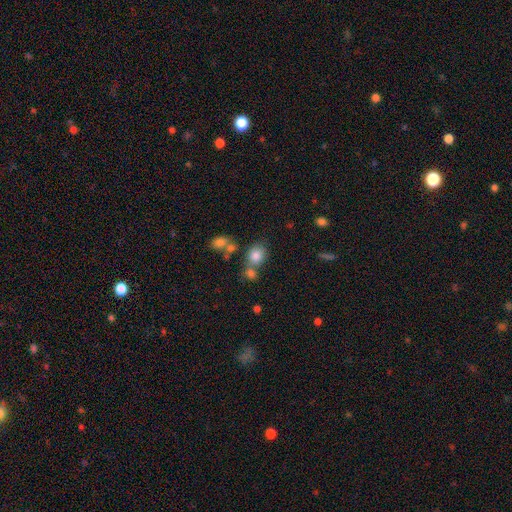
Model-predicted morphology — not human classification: Smooth or featured? smooth (81%)
How rounded? round (65%)
Merging? none (53%)